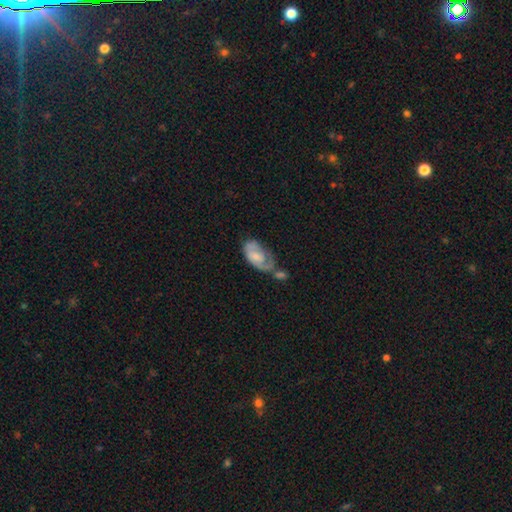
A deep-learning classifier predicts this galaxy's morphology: A featured or disk galaxy (55%) with no bar (68%), spiral arms (73%) and a small central bulge (49%).

Vote fractions:
- Smooth or featured? featured or disk: 55% / smooth: 39% / star or artifact: 6%
- Edge-on disk? no: 95% / yes: 5%
- Bar? no: 68% / weak: 28% / strong: 5%
- Spiral arms? yes: 73% / no: 27%
- Bulge size? small: 49% / moderate: 34% / none: 11% / large: 5% / dominant: 1%
- Merging? none: 30% / minor disturbance: 25% / major disturbance: 23% / merger: 22%